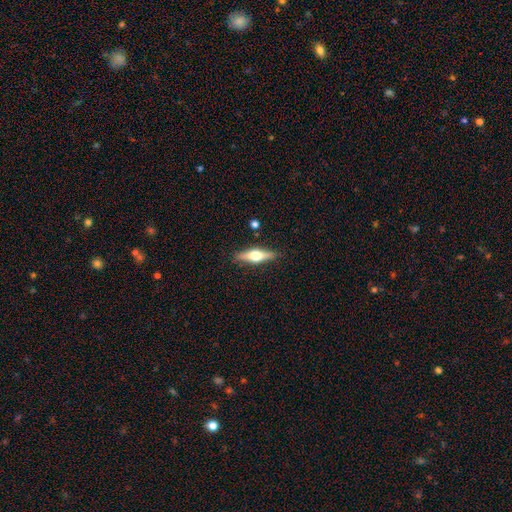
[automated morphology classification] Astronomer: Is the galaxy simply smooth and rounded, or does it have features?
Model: featured or disk — 59% (runner-up: smooth, 35%).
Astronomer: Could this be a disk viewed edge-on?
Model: yes — 94%.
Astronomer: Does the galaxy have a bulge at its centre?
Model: rounded — 95%.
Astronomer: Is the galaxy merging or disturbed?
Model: none — 87%.